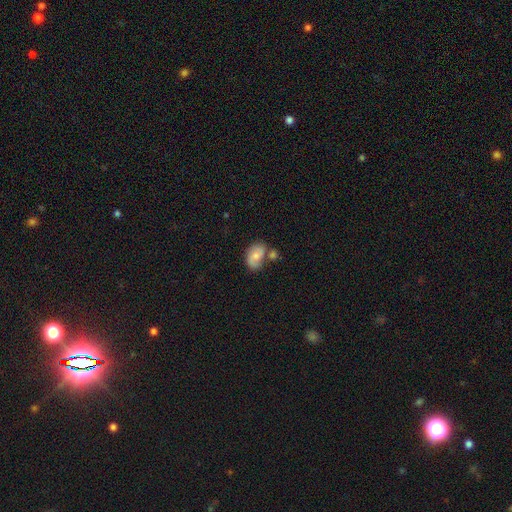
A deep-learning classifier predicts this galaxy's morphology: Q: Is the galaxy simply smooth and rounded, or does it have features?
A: smooth — 56%.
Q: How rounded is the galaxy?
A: in between — 85%.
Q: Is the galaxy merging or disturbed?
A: none — 46%.